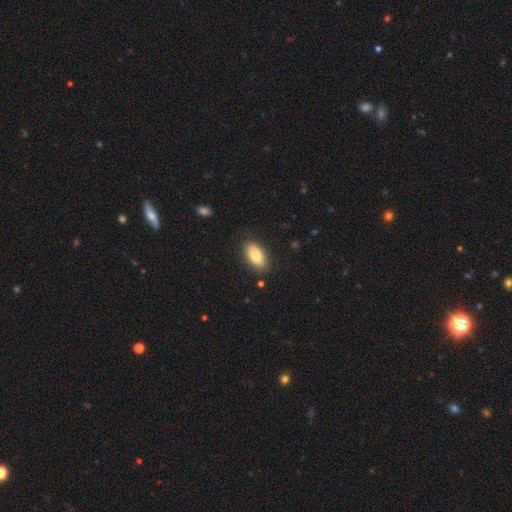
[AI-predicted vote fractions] Smooth or featured?
  - smooth: 85% *
  - featured or disk: 9%
  - star or artifact: 6%
How rounded?
  - in between: 92% *
  - cigar-shaped: 5%
  - round: 3%
Merging?
  - none: 85% *
  - minor disturbance: 11%
  - major disturbance: 3%
  - merger: 1%